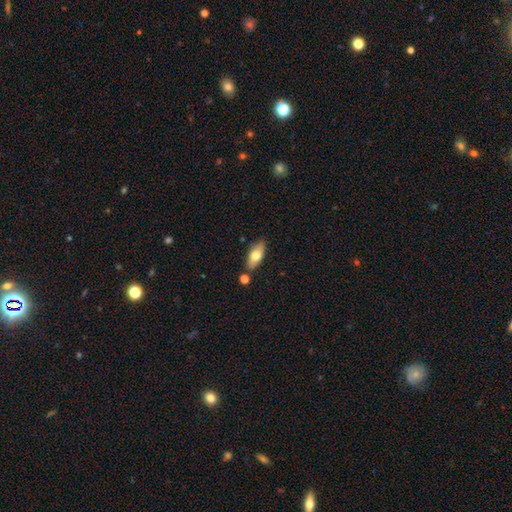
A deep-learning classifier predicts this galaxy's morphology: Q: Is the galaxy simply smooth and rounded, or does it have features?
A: smooth — 69%.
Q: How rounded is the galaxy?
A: in between — 84%.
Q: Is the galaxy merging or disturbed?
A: none — 79%.